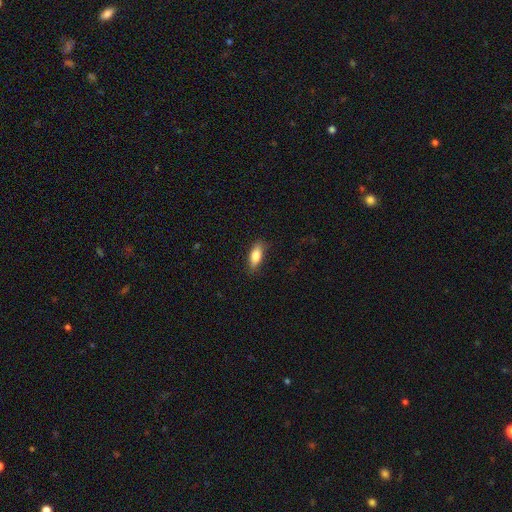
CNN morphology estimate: smooth-or-featured: smooth: 79% | featured or disk: 15% | star or artifact: 7%
  how-rounded: in between: 71% | cigar-shaped: 26% | round: 3%
  merging: none: 80% | minor disturbance: 15% | major disturbance: 4% | merger: 1%